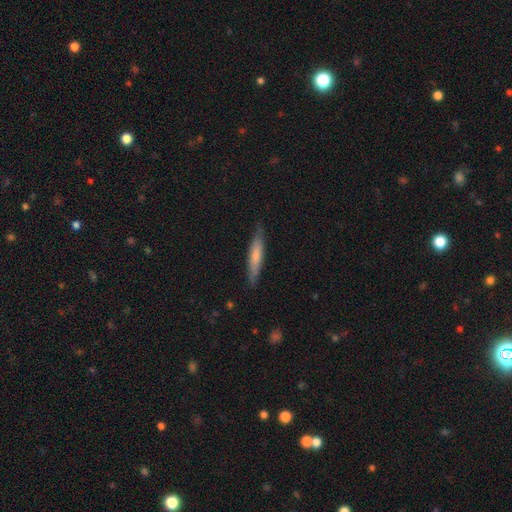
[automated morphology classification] Smooth or featured?
  - smooth: 67% *
  - featured or disk: 28%
  - star or artifact: 5%
How rounded?
  - cigar-shaped: 90% *
  - in between: 9%
  - round: 1%
Merging?
  - none: 83% *
  - minor disturbance: 14%
  - major disturbance: 2%
  - merger: 1%